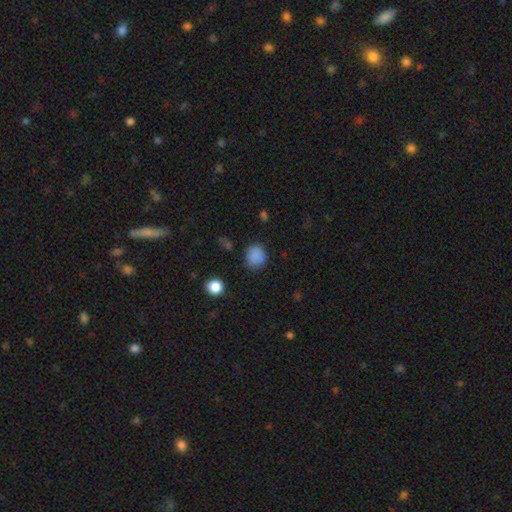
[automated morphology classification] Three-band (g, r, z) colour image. It shows a smooth galaxy with no disk features (84%) that is round (82%). Merging: none (81%).